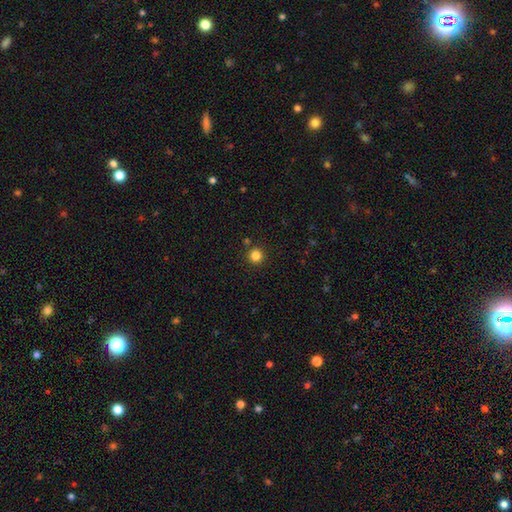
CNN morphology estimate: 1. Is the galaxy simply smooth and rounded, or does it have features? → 83% smooth, 13% star or artifact, 4% featured or disk.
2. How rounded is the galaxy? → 95% round, 4% in between, 1% cigar-shaped.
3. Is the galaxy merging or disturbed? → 90% none, 5% minor disturbance, 3% merger, 2% major disturbance.